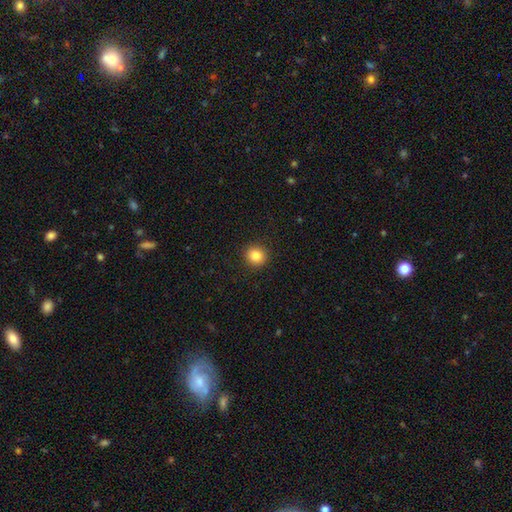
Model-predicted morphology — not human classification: Smooth or featured? smooth (84%)
How rounded? round (89%)
Merging? none (92%)